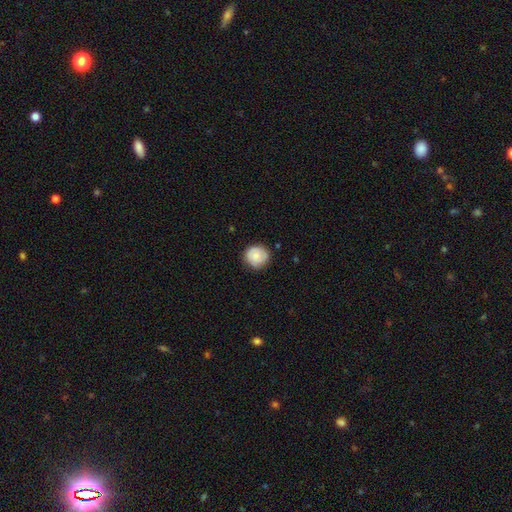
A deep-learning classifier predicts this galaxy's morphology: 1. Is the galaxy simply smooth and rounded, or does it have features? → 80% smooth, 13% featured or disk, 7% star or artifact.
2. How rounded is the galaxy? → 90% round, 9% in between, 1% cigar-shaped.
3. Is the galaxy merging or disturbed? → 82% none, 14% minor disturbance, 3% major disturbance, 1% merger.